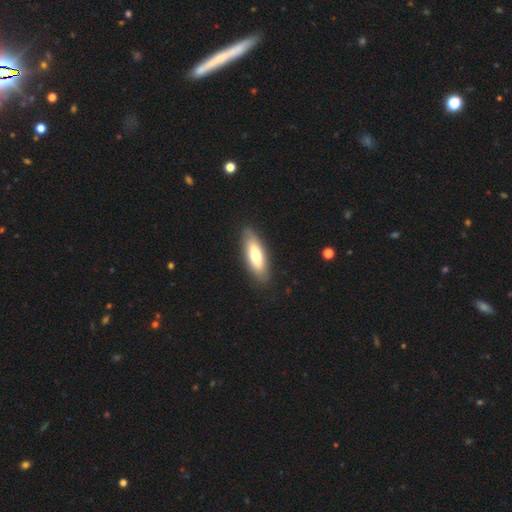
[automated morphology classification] smooth 66%, featured or disk 29%, star or artifact 5%. Down the decision tree: how rounded — in between (62%); merging — none (86%).